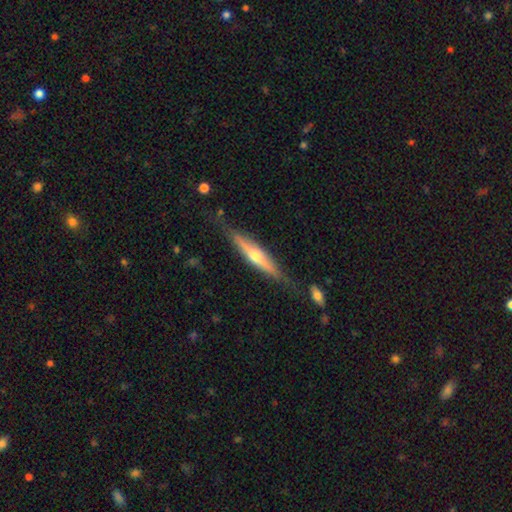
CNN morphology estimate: This is likely a featured or disk galaxy (67%). It is clearly viewed edge-on (95%). Edge-on bulge: clearly rounded (89%). Merging: likely none (79%).